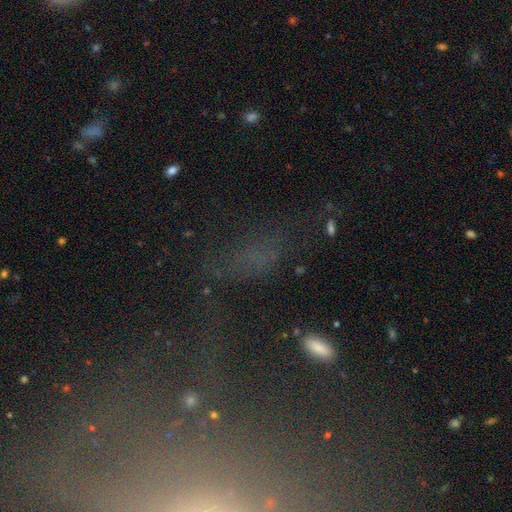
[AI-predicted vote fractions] A star or artifact, not a galaxy (41%).

Vote fractions:
- Smooth or featured? star or artifact: 41% / smooth: 34% / featured or disk: 24%